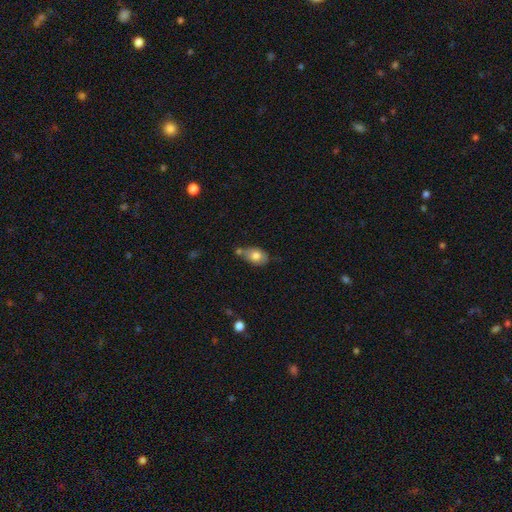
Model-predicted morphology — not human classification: A smooth galaxy with no disk features (76%) that is in between round and cigar-shaped (81%).

Vote fractions:
- Smooth or featured? smooth: 76% / featured or disk: 17% / star or artifact: 7%
- How rounded? in between: 81% / round: 17% / cigar-shaped: 2%
- Merging? none: 49% / minor disturbance: 23% / merger: 22% / major disturbance: 6%